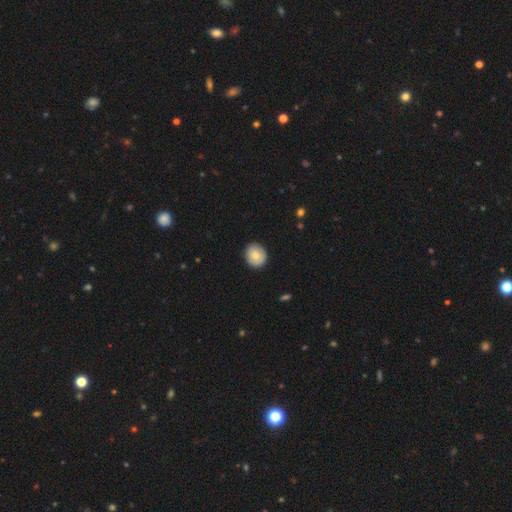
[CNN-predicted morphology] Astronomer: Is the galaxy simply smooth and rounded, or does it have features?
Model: smooth — 74%.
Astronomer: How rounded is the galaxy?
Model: round — 84%.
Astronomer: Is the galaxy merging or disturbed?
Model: none — 87%.